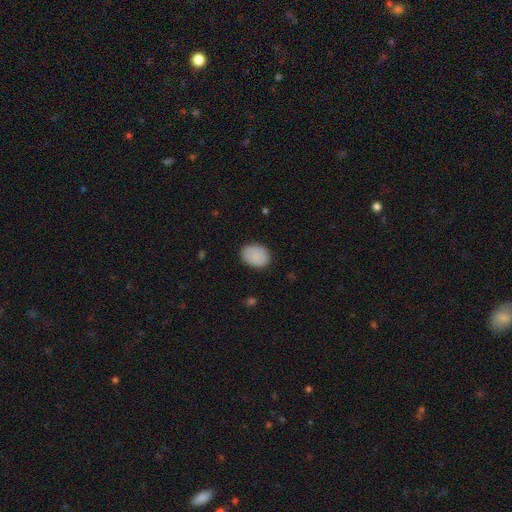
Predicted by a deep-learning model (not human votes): This is clearly a smooth galaxy (89%). How rounded: likely in between (66%). Merging: clearly none (85%).